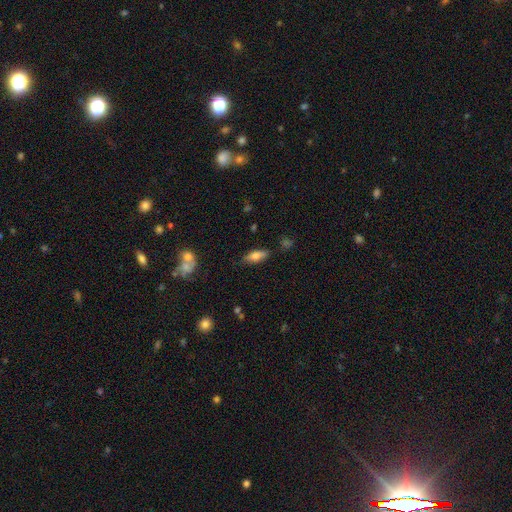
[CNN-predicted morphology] Smooth or featured: smooth — 65% (featured or disk — 27%)
How rounded: in between — 67% (cigar-shaped — 31%)
Merging: none — 79% (minor disturbance — 16%)